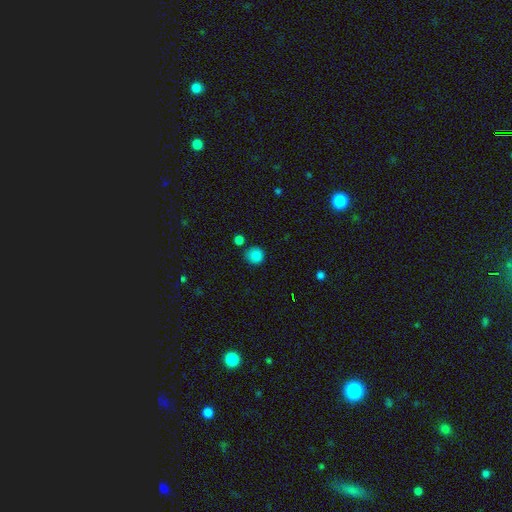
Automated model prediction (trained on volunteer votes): Overall: smooth (85%). How rounded: round (91%). Merging: none (79%).